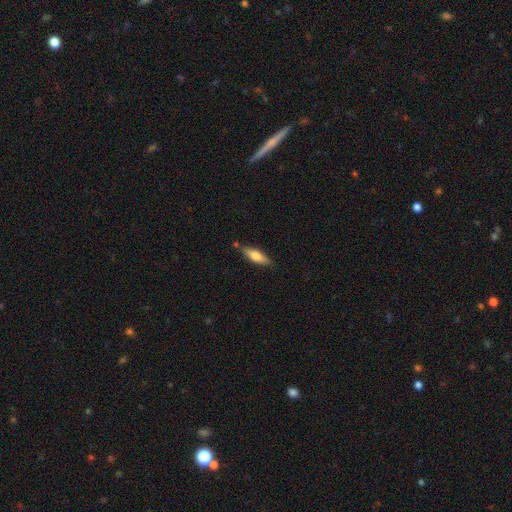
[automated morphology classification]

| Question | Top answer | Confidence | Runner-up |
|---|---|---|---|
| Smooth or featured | smooth | 72% | featured or disk (22%) |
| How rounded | in between | 50% | cigar-shaped (48%) |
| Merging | none | 78% | minor disturbance (15%) |